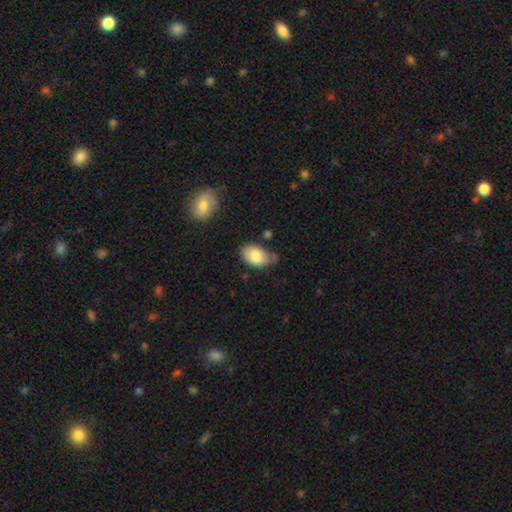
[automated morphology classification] Smooth or featured?
  - smooth: 82% *
  - featured or disk: 12%
  - star or artifact: 7%
How rounded?
  - in between: 89% *
  - round: 10%
  - cigar-shaped: 1%
Merging?
  - none: 51% *
  - minor disturbance: 36%
  - major disturbance: 8%
  - merger: 5%